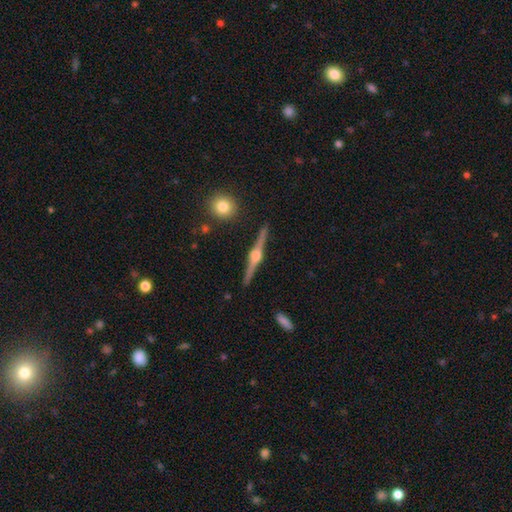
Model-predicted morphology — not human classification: smooth_or_featured: featured or disk (p=0.87) [alt: smooth p=0.07]
disk_edge_on: yes (p=0.98) [alt: no p=0.02]
edge_on_bulge: rounded (p=0.92) [alt: boxy p=0.06]
merging: none (p=0.91) [alt: minor disturbance p=0.07]